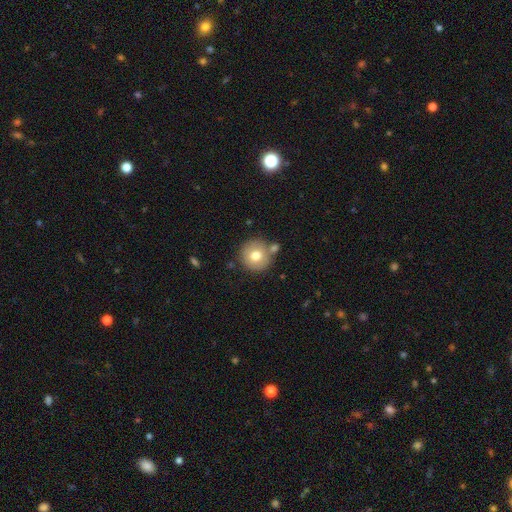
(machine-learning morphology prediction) smooth 73%, featured or disk 18%, star or artifact 9%. Down the decision tree: how rounded — round (95%); merging — none (74%).